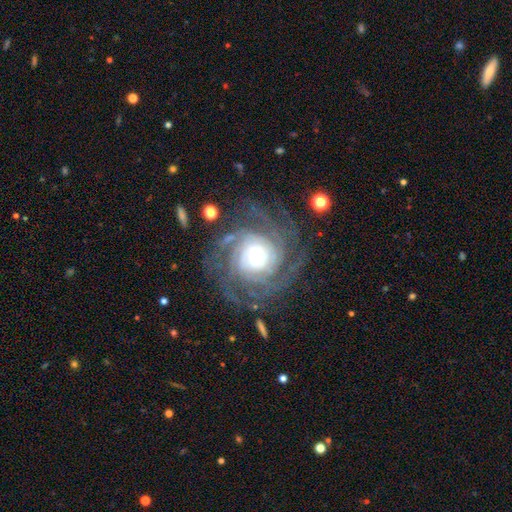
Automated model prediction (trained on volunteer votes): Overall: featured or disk (87%). Edge-on disk: no (98%). Bar: no (77%). Spiral arms: yes (97%). Spiral arm count: can't tell (23%, tied with 4). Spiral winding: tight (76%). Bulge size: large (37%; small 28%). Merging: none (76%).